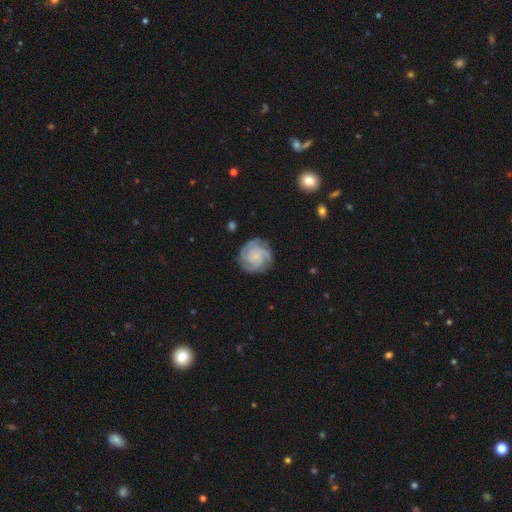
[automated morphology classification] Smooth or featured? Predicted: featured or disk (p=0.81). Edge-on disk? Predicted: no (p=0.98). Bar? Predicted: no (p=0.73). Spiral arms? Predicted: yes (p=0.97). Spiral winding? Predicted: tight (p=0.67). Spiral arm count? Predicted: 3 (p=0.36). Bulge size? Predicted: small (p=0.59). Merging? Predicted: none (p=0.81).